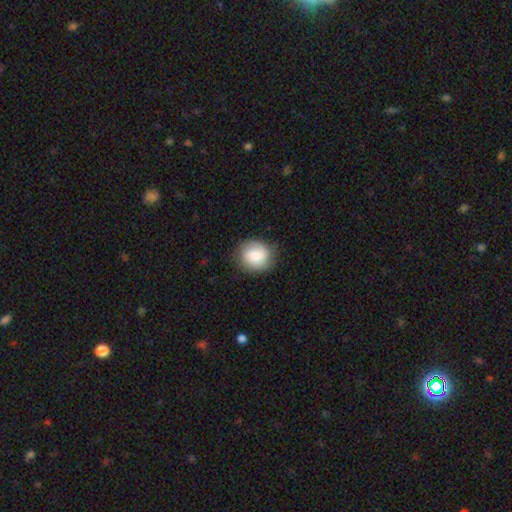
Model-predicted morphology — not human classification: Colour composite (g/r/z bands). It shows a smooth galaxy with no disk features (78%) that is round (72%). Merging: none (81%).